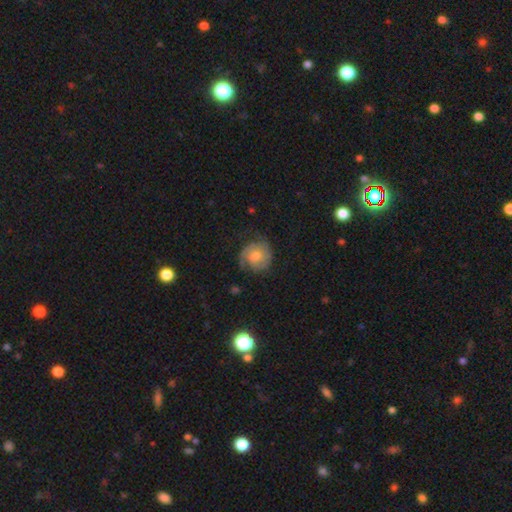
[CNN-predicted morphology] This is likely a featured or disk galaxy (64%). It is clearly not viewed edge-on (98%). Bar: likely no (64%). Spiral arm pattern: clearly yes (90%). Spiral arm count: possibly 2 (57%). Spiral winding: possibly tight (50%). Central bulge: possibly moderate (50%). Merging: likely none (65%).